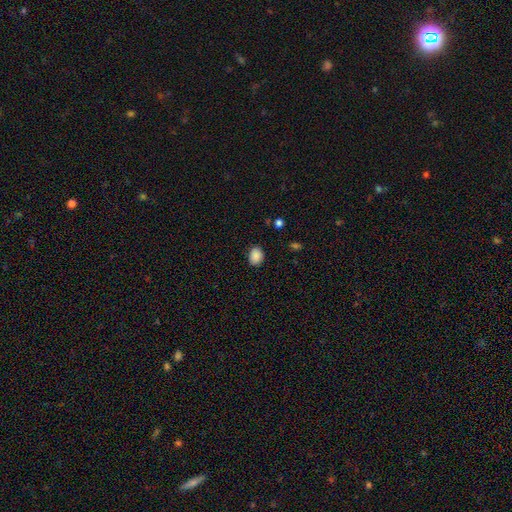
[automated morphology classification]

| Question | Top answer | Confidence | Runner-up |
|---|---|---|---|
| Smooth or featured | smooth | 88% | star or artifact (9%) |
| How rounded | in between | 61% | round (39%) |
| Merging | none | 87% | minor disturbance (10%) |